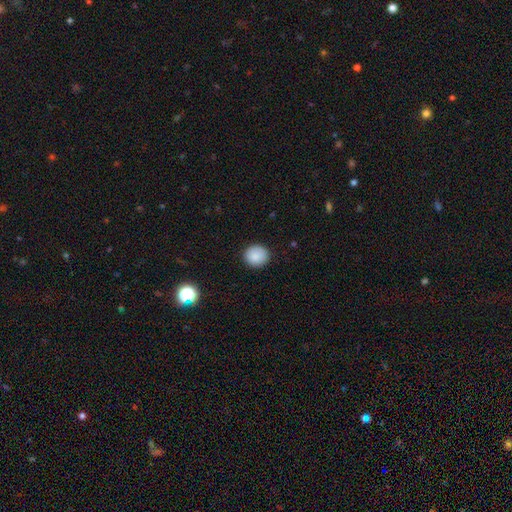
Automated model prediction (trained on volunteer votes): Q: Smooth or featured?
A: smooth (87%); runner-up: star or artifact (9%)
Q: How rounded?
A: round (85%); runner-up: in between (14%)
Q: Merging?
A: none (89%); runner-up: minor disturbance (8%)